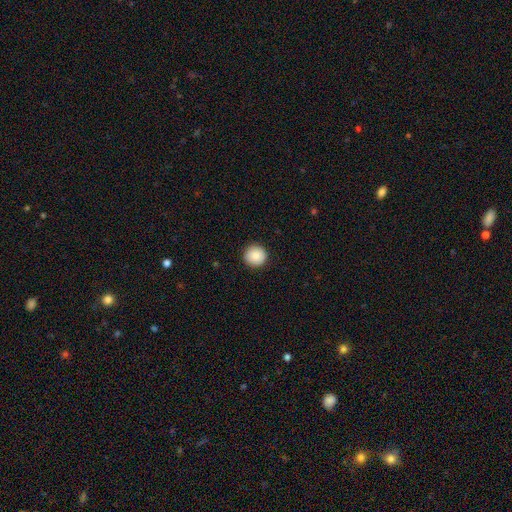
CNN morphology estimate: smooth 86%, star or artifact 8%, featured or disk 6%. Down the decision tree: how rounded — round (95%); merging — none (92%).